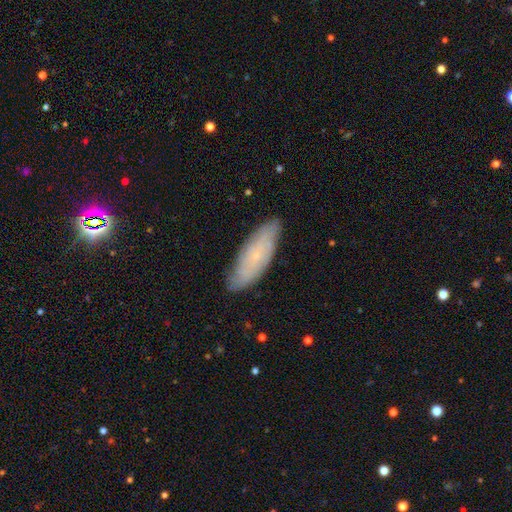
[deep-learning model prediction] featured or disk 47%, smooth 45%, star or artifact 8%. Down the decision tree: merging — none (82%).